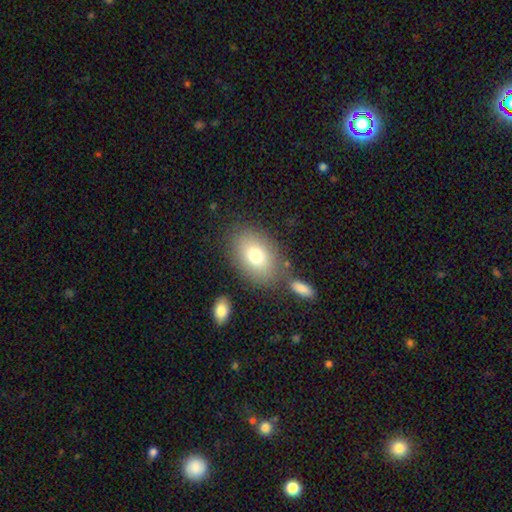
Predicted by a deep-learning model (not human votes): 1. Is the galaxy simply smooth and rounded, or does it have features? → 75% smooth, 15% featured or disk, 10% star or artifact.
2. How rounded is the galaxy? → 75% in between, 24% round, 1% cigar-shaped.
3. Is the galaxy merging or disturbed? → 74% none, 12% minor disturbance, 9% merger, 5% major disturbance.